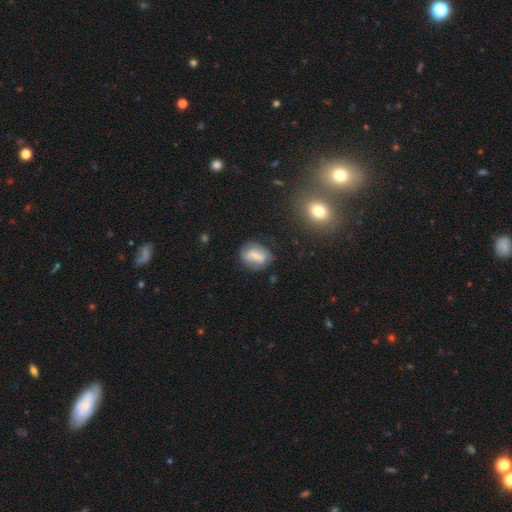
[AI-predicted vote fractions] smooth-or-featured: smooth: 59% | featured or disk: 32% | star or artifact: 9%
  how-rounded: in between: 62% | round: 35% | cigar-shaped: 3%
  merging: none: 68% | minor disturbance: 21% | major disturbance: 7% | merger: 4%